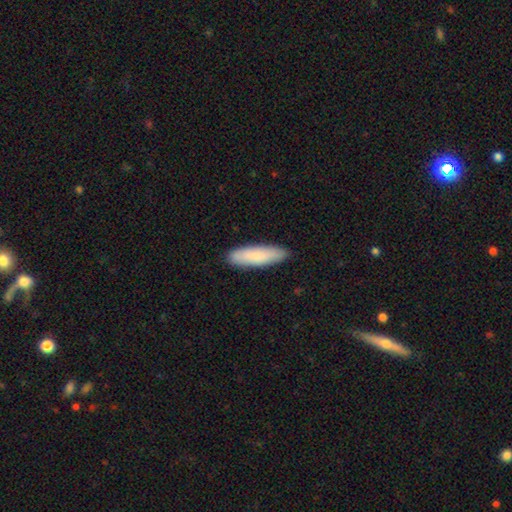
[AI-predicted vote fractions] This appears to be a smooth galaxy with no disk features (84%) that is cigar-shaped (66%). Merging: none (89%).